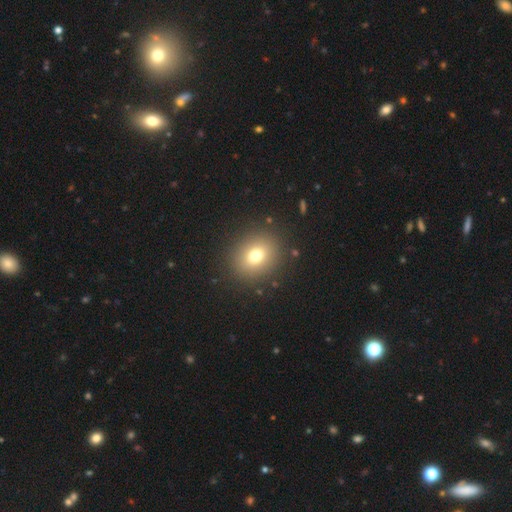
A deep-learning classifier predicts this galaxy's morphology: This is likely a smooth galaxy (73%). How rounded: likely round (66%). Merging: clearly none (88%).